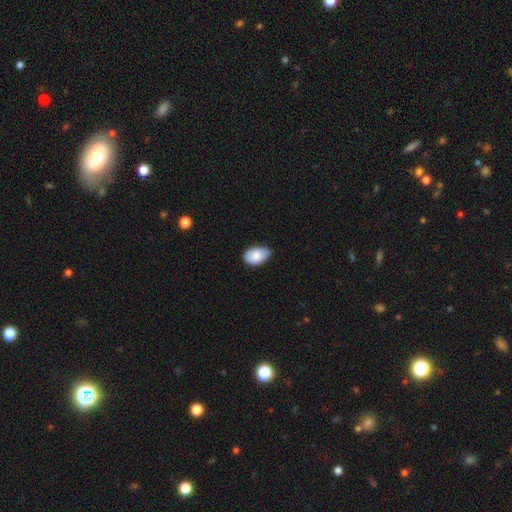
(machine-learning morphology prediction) Smooth or featured? Predicted: smooth (p=0.84). How rounded? Predicted: in between (p=0.90). Merging? Predicted: none (p=0.63).